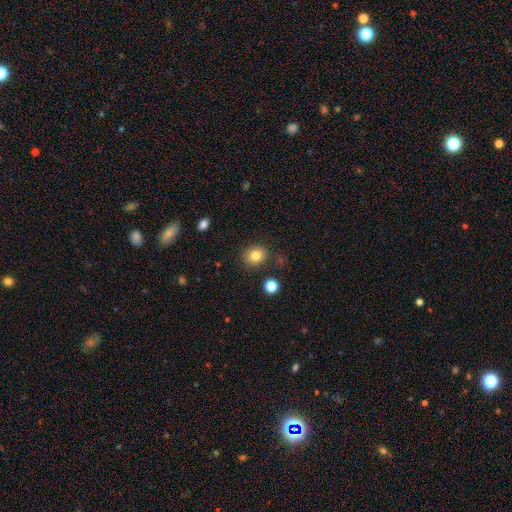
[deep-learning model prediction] A smooth galaxy with no disk features (82%) that is round (70%).

Vote fractions:
- Smooth or featured? smooth: 82% / star or artifact: 11% / featured or disk: 7%
- How rounded? round: 70% / in between: 29% / cigar-shaped: 1%
- Merging? none: 83% / minor disturbance: 11% / merger: 3% / major disturbance: 3%